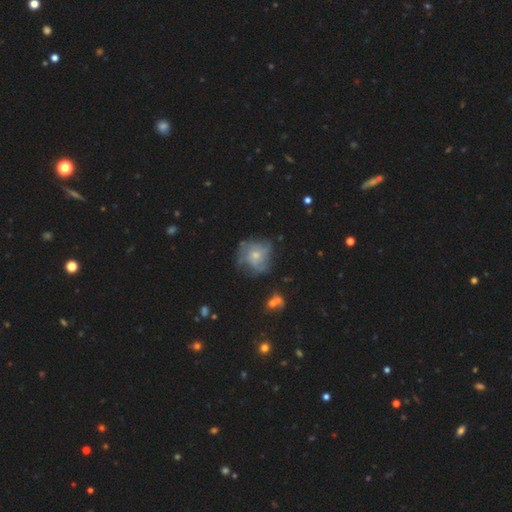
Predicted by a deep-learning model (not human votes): featured or disk 58%, smooth 31%, star or artifact 11%. Down the decision tree: edge-on disk — no (97%); bar — no (83%); spiral arms — yes (66%); bulge size — small (52%); merging — none (55%).